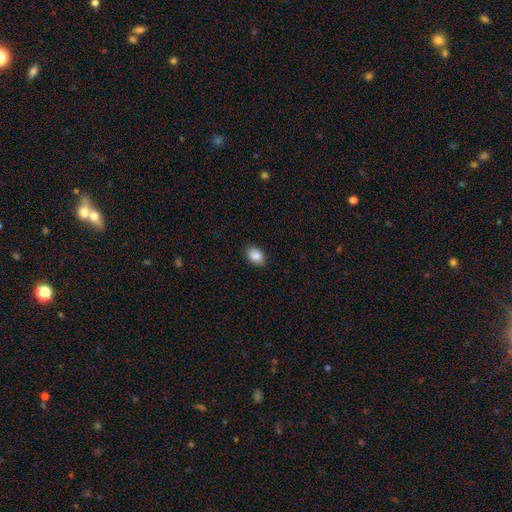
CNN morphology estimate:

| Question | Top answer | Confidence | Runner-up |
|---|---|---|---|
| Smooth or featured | smooth | 89% | star or artifact (7%) |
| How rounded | in between | 86% | round (13%) |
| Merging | none | 89% | minor disturbance (8%) |